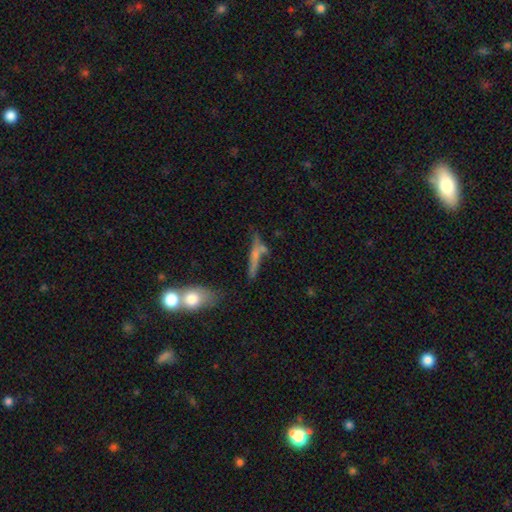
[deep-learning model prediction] This is possibly a smooth galaxy (56%). How rounded: clearly cigar-shaped (85%). Merging: possibly none (54%).